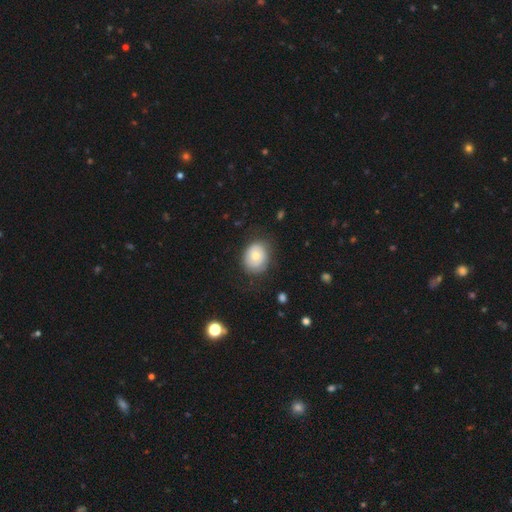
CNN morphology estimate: A smooth galaxy with no disk features (63%) that is round (53%). Merging: none (72%).